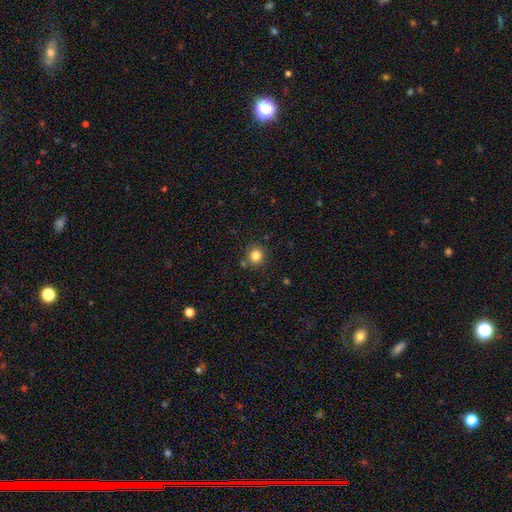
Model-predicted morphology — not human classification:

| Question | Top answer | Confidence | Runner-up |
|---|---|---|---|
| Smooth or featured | smooth | 83% | star or artifact (12%) |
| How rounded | round | 89% | in between (10%) |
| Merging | none | 83% | minor disturbance (9%) |